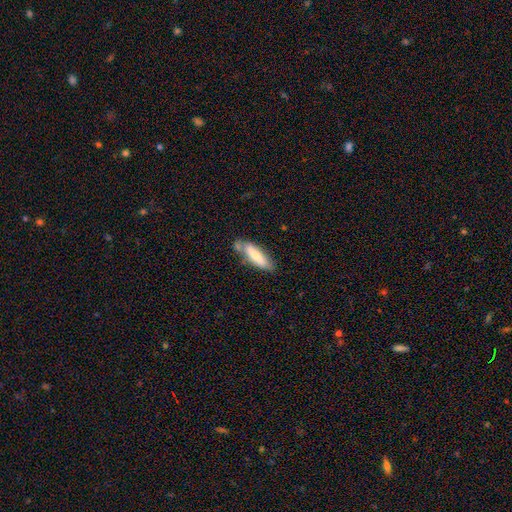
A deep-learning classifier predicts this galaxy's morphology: Smooth or featured: smooth — 70% (featured or disk — 24%)
How rounded: cigar-shaped — 54% (in between — 44%)
Merging: none — 60% (minor disturbance — 21%)